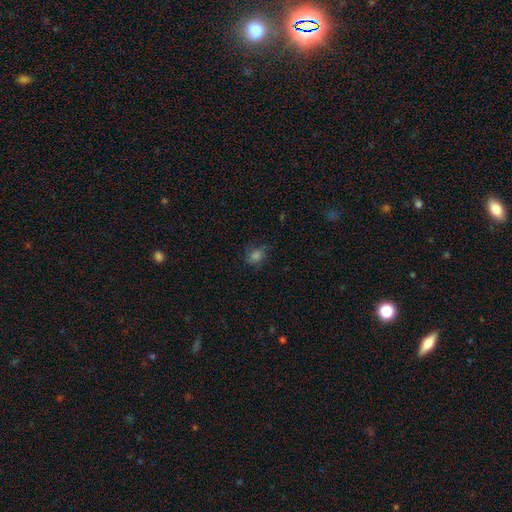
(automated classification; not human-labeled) A smooth galaxy with no disk features (63%) that is in between round and cigar-shaped (51%).

Vote fractions:
- Smooth or featured? smooth: 63% / star or artifact: 20% / featured or disk: 17%
- How rounded? in between: 51% / round: 47% / cigar-shaped: 2%
- Merging? none: 63% / minor disturbance: 23% / major disturbance: 12% / merger: 2%